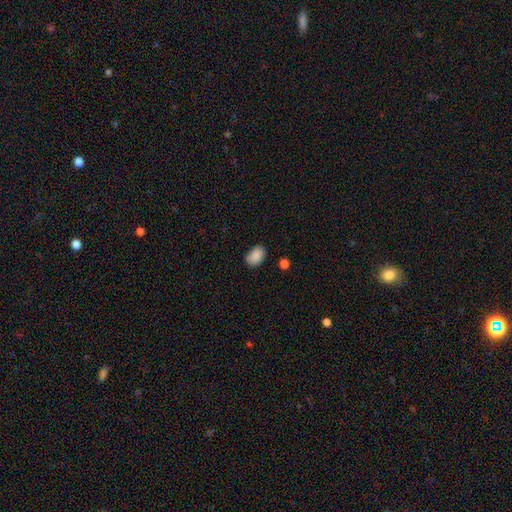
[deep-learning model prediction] smooth 89%, star or artifact 8%, featured or disk 4%. Down the decision tree: how rounded — in between (85%); merging — none (78%).